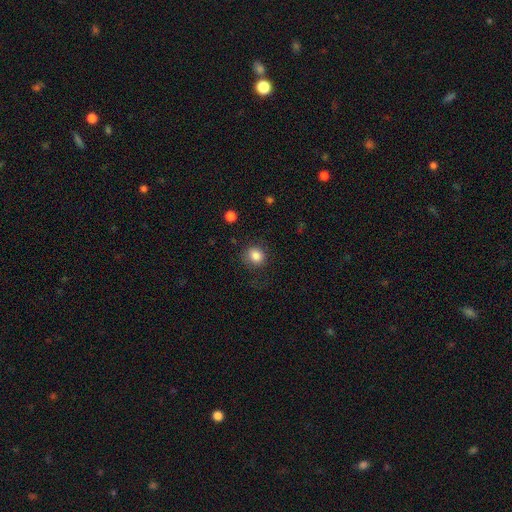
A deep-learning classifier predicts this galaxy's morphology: A smooth galaxy with no disk features (84%) that is round (80%). Merging: none (79%).